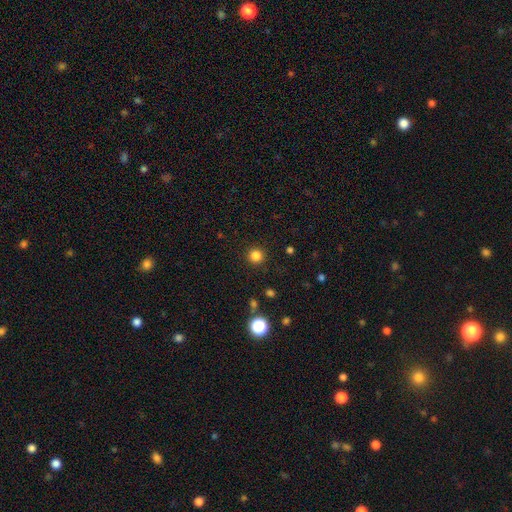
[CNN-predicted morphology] smooth_or_featured: smooth (p=0.83) [alt: star or artifact p=0.13]
how_rounded: round (p=0.95) [alt: in between p=0.04]
merging: none (p=0.92) [alt: minor disturbance p=0.05]